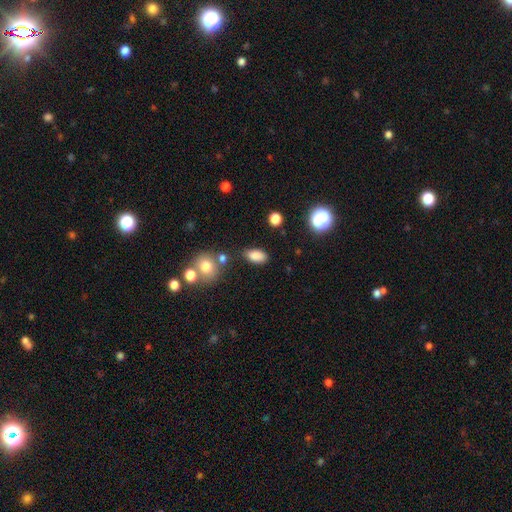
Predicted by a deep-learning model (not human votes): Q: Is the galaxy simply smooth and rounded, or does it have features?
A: smooth — 84%.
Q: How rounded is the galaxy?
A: in between — 90%.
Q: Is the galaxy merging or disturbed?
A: none — 77%.